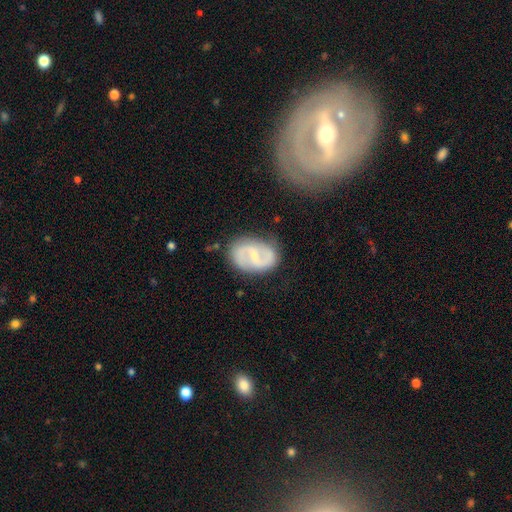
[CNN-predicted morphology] featured or disk 78%, smooth 17%, star or artifact 5%. Down the decision tree: edge-on disk — no (97%); bar — weak (51%); spiral arms — yes (89%); spiral arm count — 2 (89%); spiral winding — medium (47%); bulge size — small (60%); merging — none (77%).